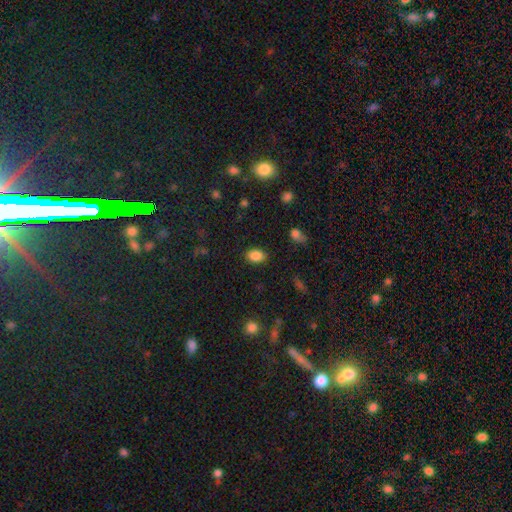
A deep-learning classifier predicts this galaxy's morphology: The model was most divided on "how rounded": in between: 83%, round: 15%, cigar-shaped: 1%. More confident: smooth or featured — smooth (86%); merging — none (86%).